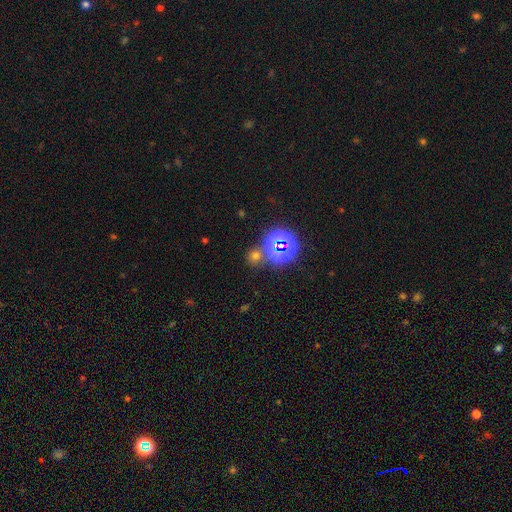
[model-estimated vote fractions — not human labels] Smooth or featured? Predicted: smooth (p=0.49). Merging? Predicted: none (p=0.72).